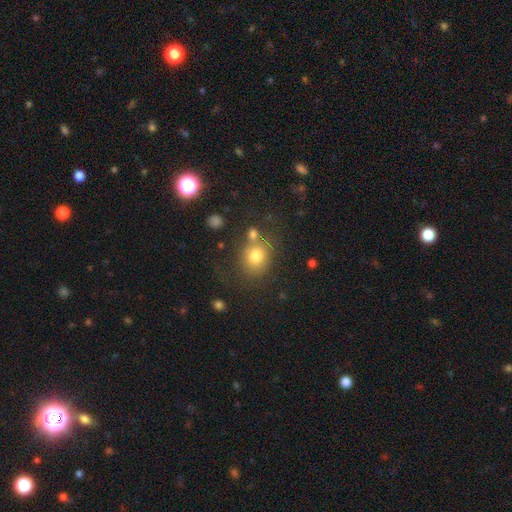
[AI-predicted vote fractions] Smooth or featured? Predicted: smooth (p=0.77). How rounded? Predicted: round (p=0.68). Merging? Predicted: none (p=0.63).